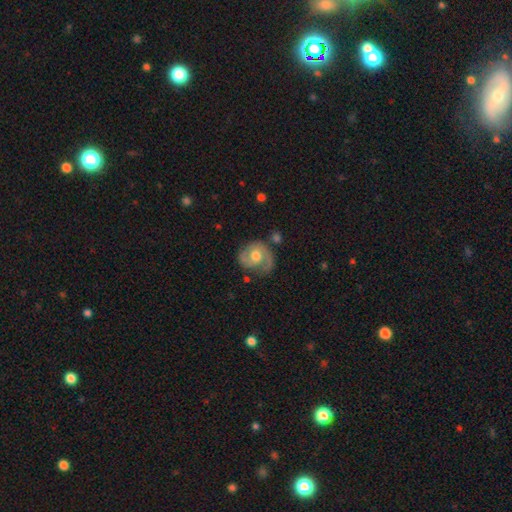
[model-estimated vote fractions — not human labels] Smooth or featured: featured or disk — 76% (smooth — 19%)
Edge-on disk: no — 97% (yes — 3%)
Bar: no — 68% (weak — 27%)
Spiral arms: yes — 91% (no — 9%)
Spiral winding: medium — 45% (tight — 38%)
Spiral arm count: 2 — 69% (1 — 18%)
Bulge size: moderate — 74% (large — 13%)
Merging: none — 62% (minor disturbance — 22%)